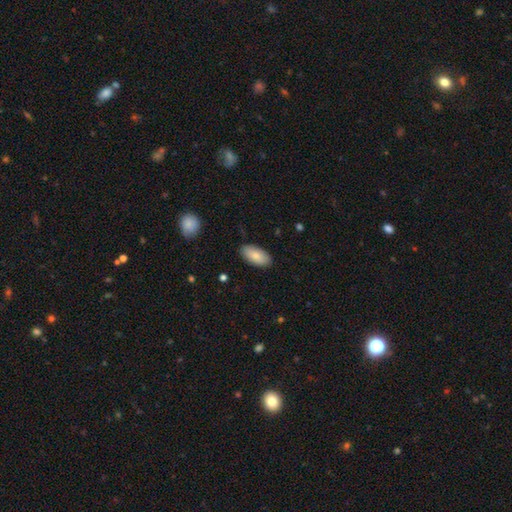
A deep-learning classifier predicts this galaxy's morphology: A smooth galaxy with no disk features (83%) that is in between round and cigar-shaped (94%).

Vote fractions:
- Smooth or featured? smooth: 83% / featured or disk: 11% / star or artifact: 6%
- How rounded? in between: 94% / cigar-shaped: 4% / round: 2%
- Merging? none: 87% / minor disturbance: 10% / major disturbance: 2% / merger: 1%